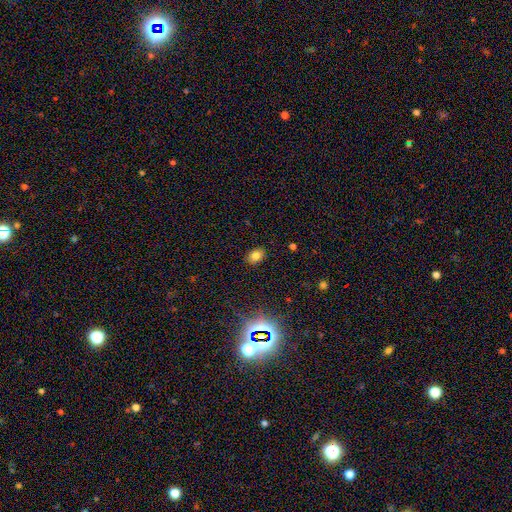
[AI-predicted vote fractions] smooth_or_featured: smooth (p=0.77) [alt: star or artifact p=0.15]
how_rounded: in between (p=0.69) [alt: round p=0.29]
merging: none (p=0.87) [alt: minor disturbance p=0.09]